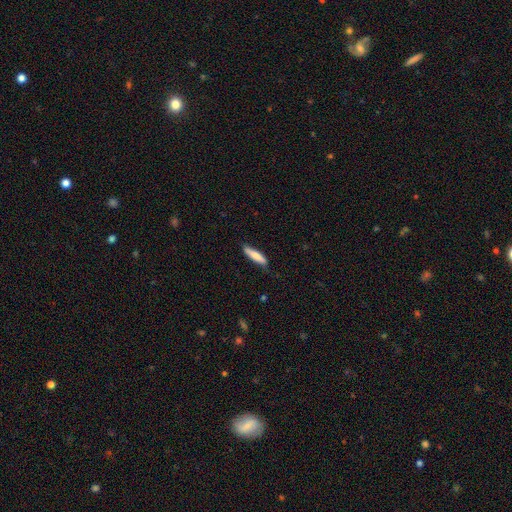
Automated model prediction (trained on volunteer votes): Overall: smooth (74%). How rounded: cigar-shaped (80%). Merging: none (81%).